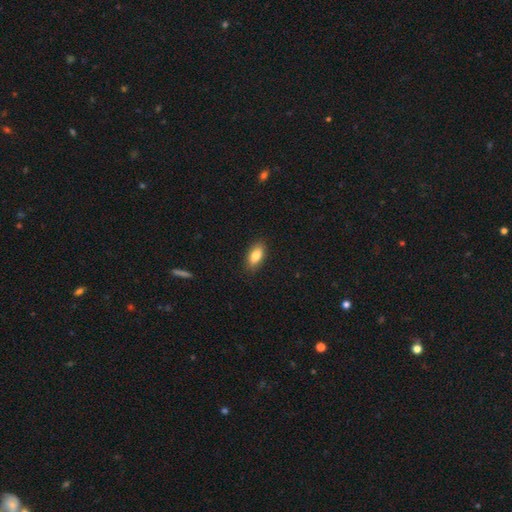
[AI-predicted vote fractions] Smooth or featured?
  - smooth: 83% *
  - featured or disk: 10%
  - star or artifact: 7%
How rounded?
  - in between: 89% *
  - cigar-shaped: 8%
  - round: 4%
Merging?
  - none: 87% *
  - minor disturbance: 10%
  - major disturbance: 2%
  - merger: 1%